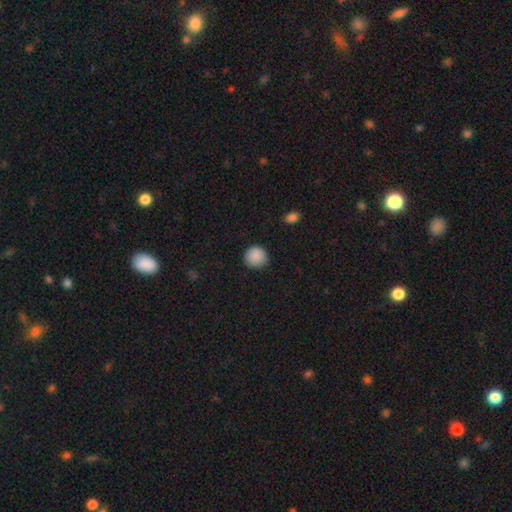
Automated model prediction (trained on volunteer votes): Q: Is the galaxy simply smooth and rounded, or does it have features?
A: smooth — 89%.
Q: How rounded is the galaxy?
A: round — 92%.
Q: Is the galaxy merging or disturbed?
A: none — 88%.